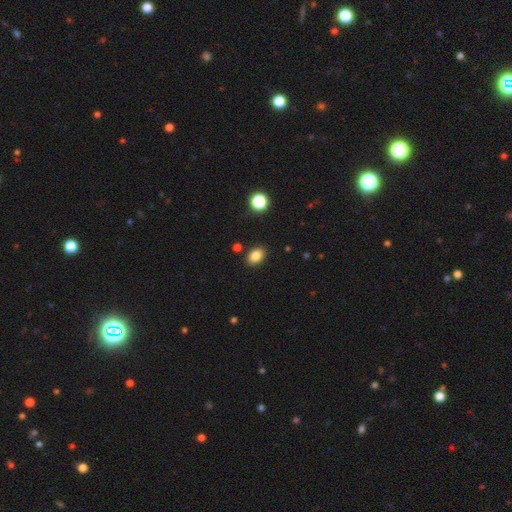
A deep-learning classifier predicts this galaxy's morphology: Smooth or featured?
  - smooth: 83% *
  - star or artifact: 11%
  - featured or disk: 6%
How rounded?
  - in between: 76% *
  - round: 23%
  - cigar-shaped: 1%
Merging?
  - none: 87% *
  - minor disturbance: 9%
  - merger: 2%
  - major disturbance: 2%